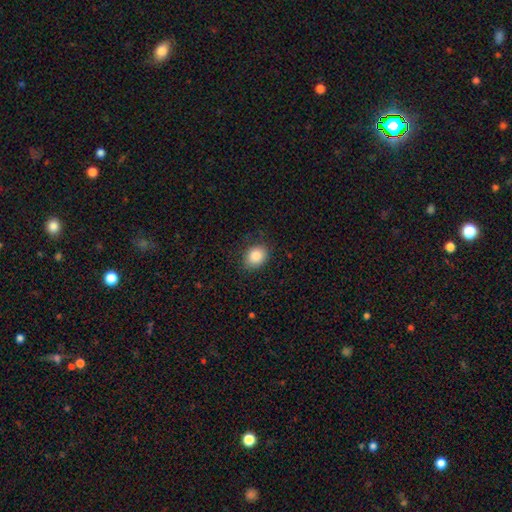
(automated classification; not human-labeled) Smooth or featured?
  - smooth: 87% *
  - star or artifact: 8%
  - featured or disk: 4%
How rounded?
  - in between: 58% *
  - round: 41%
  - cigar-shaped: 1%
Merging?
  - none: 83% *
  - minor disturbance: 12%
  - major disturbance: 3%
  - merger: 1%